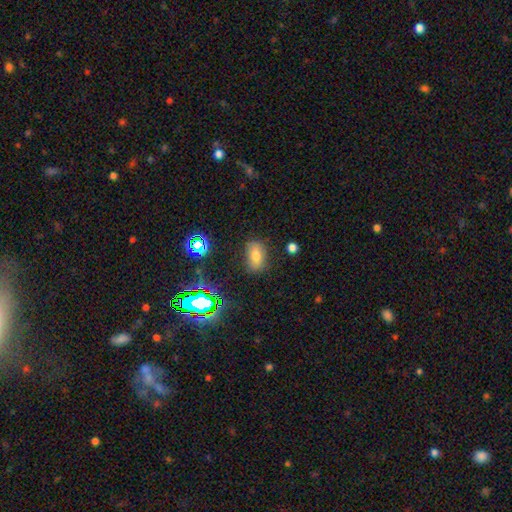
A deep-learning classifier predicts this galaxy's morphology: The model was most divided on "smooth or featured": smooth: 68%, star or artifact: 20%, featured or disk: 13%. More confident: how rounded — in between (86%); merging — none (80%).